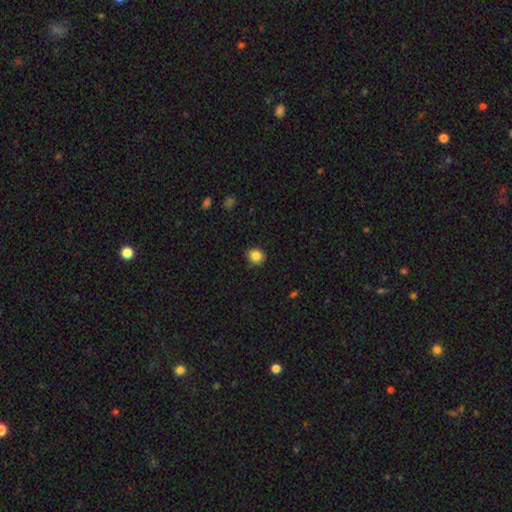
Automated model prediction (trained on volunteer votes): This appears to be a smooth galaxy with no disk features (86%) that is round (80%). Merging: none (85%).